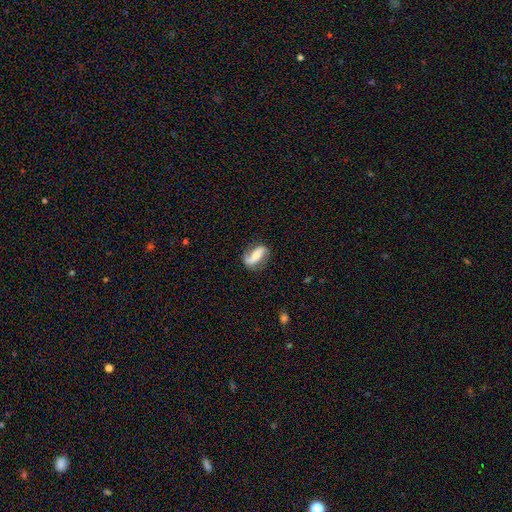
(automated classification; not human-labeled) Morphology: type=featured or disk (58%); edge-on=no (88%); bar=strong (48%); spiral arms=yes (83%); bulge=small (38%); merging=none (71%).